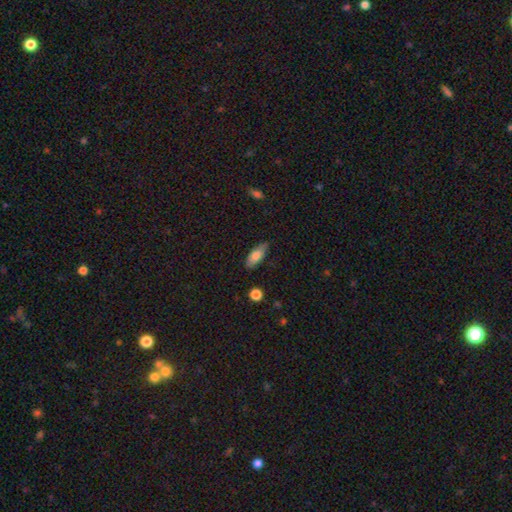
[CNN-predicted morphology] smooth_or_featured: smooth (p=0.76) [alt: featured or disk p=0.17]
how_rounded: in between (p=0.73) [alt: cigar-shaped p=0.25]
merging: none (p=0.81) [alt: minor disturbance p=0.15]